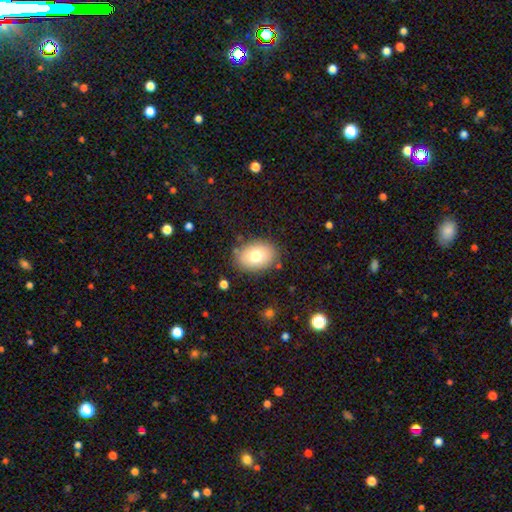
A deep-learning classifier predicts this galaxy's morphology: Smooth or featured? Predicted: smooth (p=0.77). How rounded? Predicted: in between (p=0.72). Merging? Predicted: none (p=0.83).